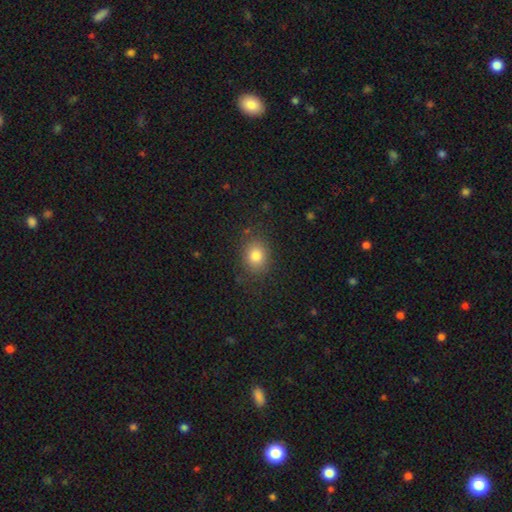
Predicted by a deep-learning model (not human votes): smooth_or_featured: smooth (p=0.81) [alt: star or artifact p=0.11]
how_rounded: round (p=0.65) [alt: in between p=0.34]
merging: none (p=0.83) [alt: minor disturbance p=0.12]